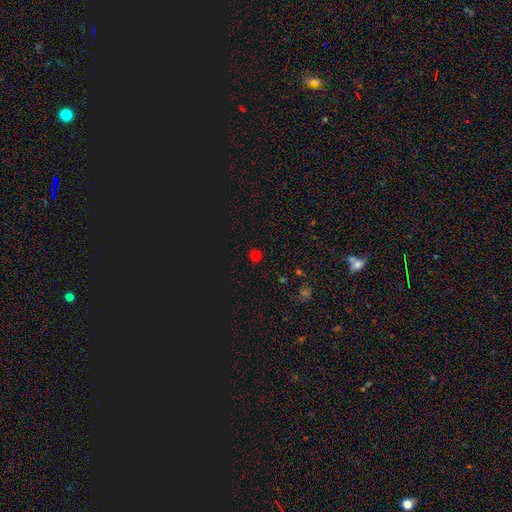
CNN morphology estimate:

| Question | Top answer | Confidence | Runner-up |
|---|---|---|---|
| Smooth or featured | smooth | 65% | star or artifact (30%) |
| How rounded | round | 92% | in between (7%) |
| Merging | none | 90% | minor disturbance (7%) |